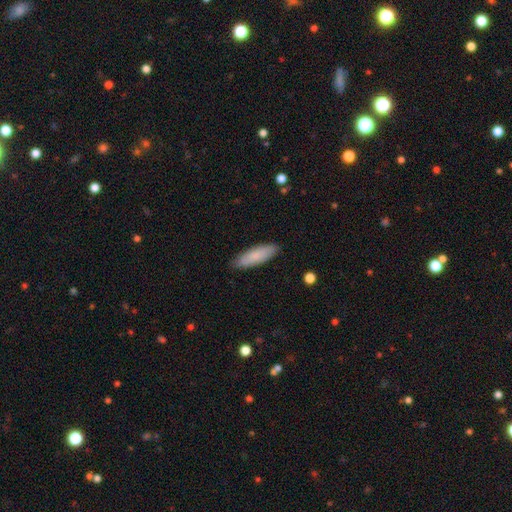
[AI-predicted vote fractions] A smooth galaxy with no disk features (84%) that is cigar-shaped (51%).

Vote fractions:
- Smooth or featured? smooth: 84% / featured or disk: 10% / star or artifact: 6%
- How rounded? cigar-shaped: 51% / in between: 47% / round: 1%
- Merging? none: 87% / minor disturbance: 10% / major disturbance: 2% / merger: 1%